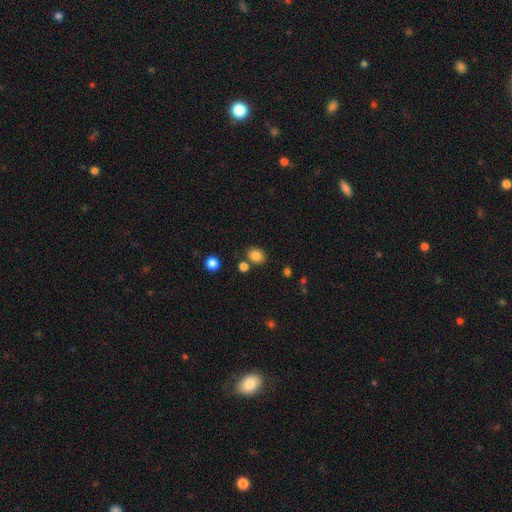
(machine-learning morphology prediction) Smooth or featured?
  - smooth: 83% *
  - star or artifact: 11%
  - featured or disk: 6%
How rounded?
  - round: 50% *
  - in between: 49%
  - cigar-shaped: 1%
Merging?
  - none: 77% *
  - minor disturbance: 11%
  - merger: 9%
  - major disturbance: 3%